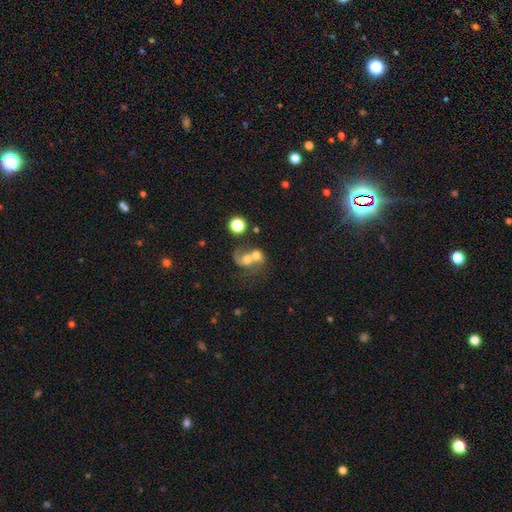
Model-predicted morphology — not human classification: This appears to be a smooth galaxy with no disk features (47%). Merging: merger (71%).